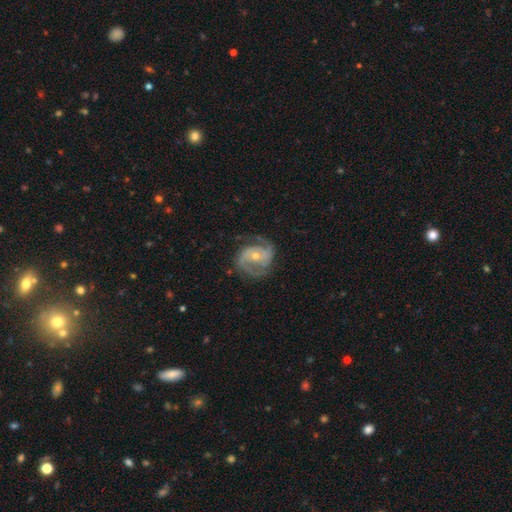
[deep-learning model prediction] Smooth or featured: featured or disk — 90% (smooth — 5%)
Edge-on disk: no — 98% (yes — 2%)
Bar: no — 53% (weak — 33%)
Spiral arms: yes — 97% (no — 3%)
Spiral winding: medium — 52% (tight — 36%)
Spiral arm count: 2 — 86% (3 — 5%)
Bulge size: small — 51% (moderate — 46%)
Merging: none — 75% (minor disturbance — 16%)